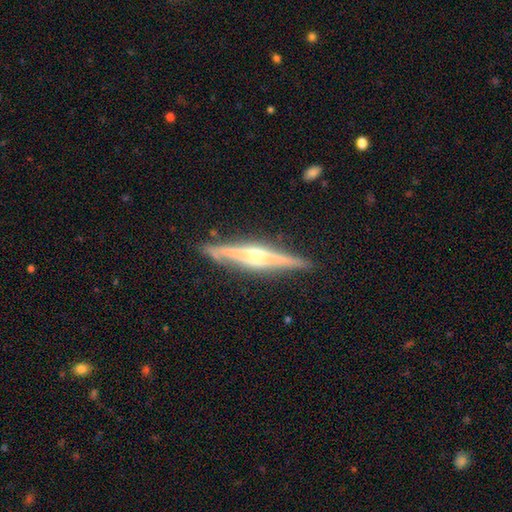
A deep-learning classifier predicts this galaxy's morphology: This is clearly a featured or disk galaxy (80%). It is clearly viewed edge-on (97%). Edge-on bulge: likely rounded (76%). Merging: clearly none (87%).